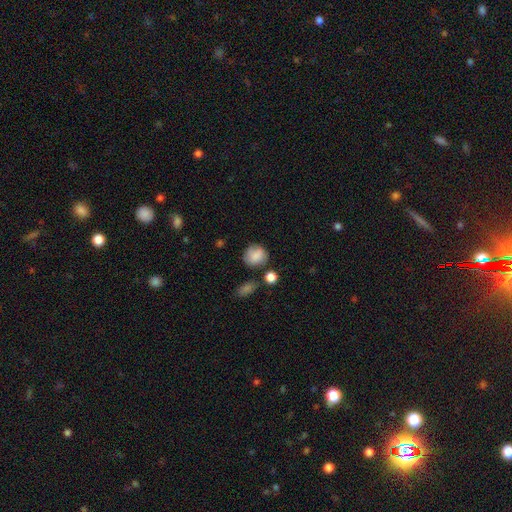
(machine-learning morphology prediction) Smooth or featured? Predicted: smooth (p=0.82). How rounded? Predicted: round (p=0.77). Merging? Predicted: none (p=0.65).